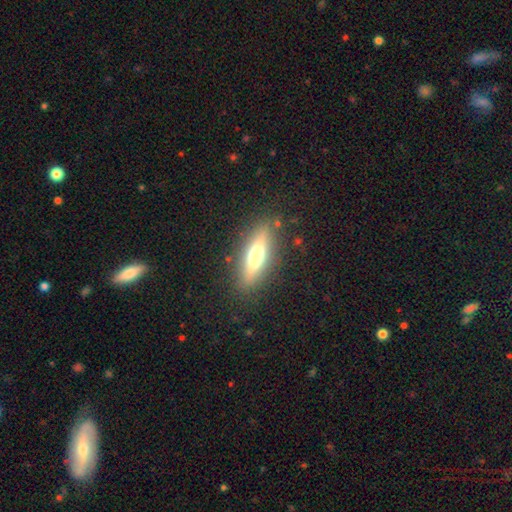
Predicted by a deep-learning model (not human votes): Morphology: type=featured or disk (46%, tied with smooth); merging=none (86%).